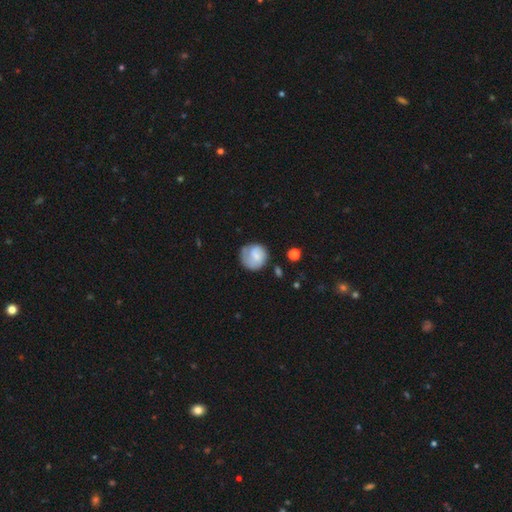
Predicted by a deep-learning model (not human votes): smooth 61%, featured or disk 32%, star or artifact 7%. Down the decision tree: how rounded — round (84%); merging — none (55%).